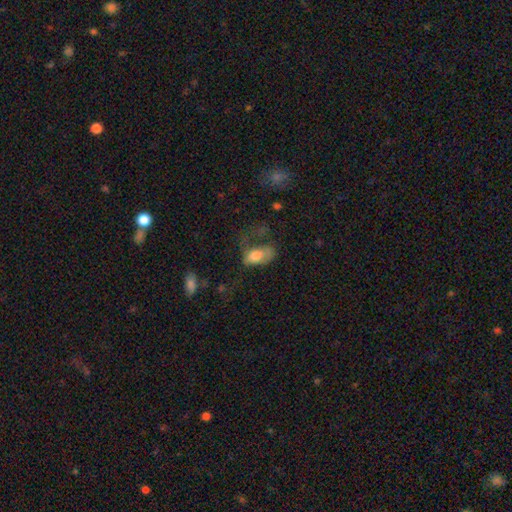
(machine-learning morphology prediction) type=smooth (66%); roundness=in between (89%); merging=major disturbance (57%).